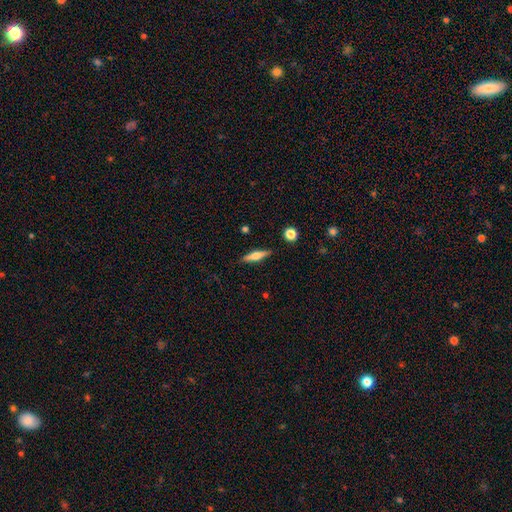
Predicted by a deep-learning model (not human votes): This is possibly a featured or disk galaxy (47%). Merging: clearly none (88%).